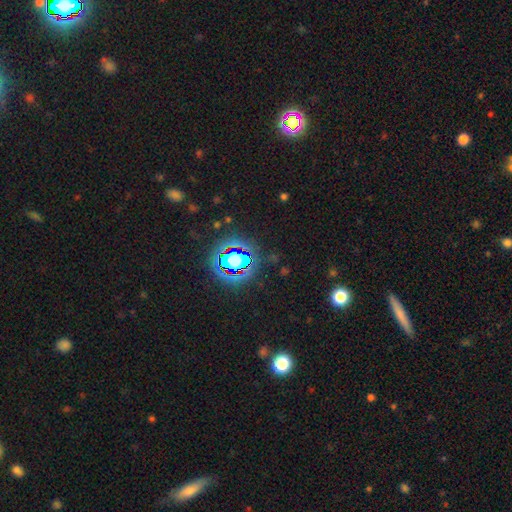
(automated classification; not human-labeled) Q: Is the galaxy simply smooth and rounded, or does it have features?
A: star or artifact — 79%.